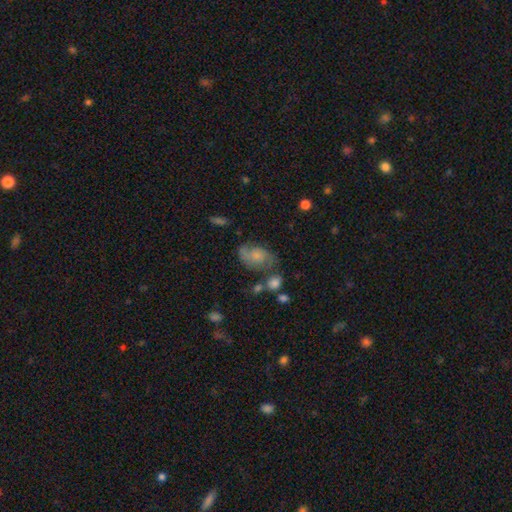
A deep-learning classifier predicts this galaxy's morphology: Q: Smooth or featured?
A: featured or disk (49%); runner-up: smooth (41%)
Q: Merging?
A: none (48%); runner-up: minor disturbance (26%)